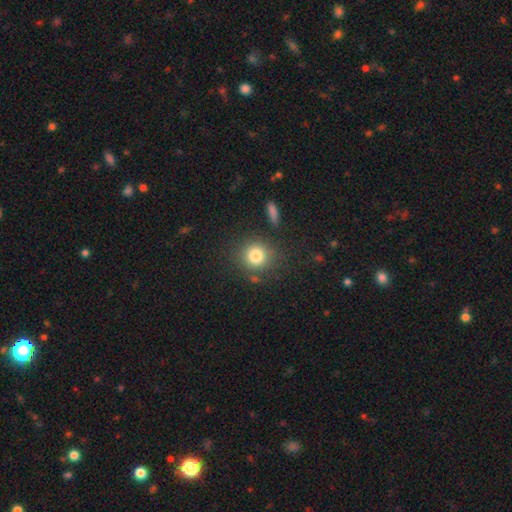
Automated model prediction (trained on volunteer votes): A smooth galaxy with no disk features (81%) that is round (89%). Merging: none (81%).